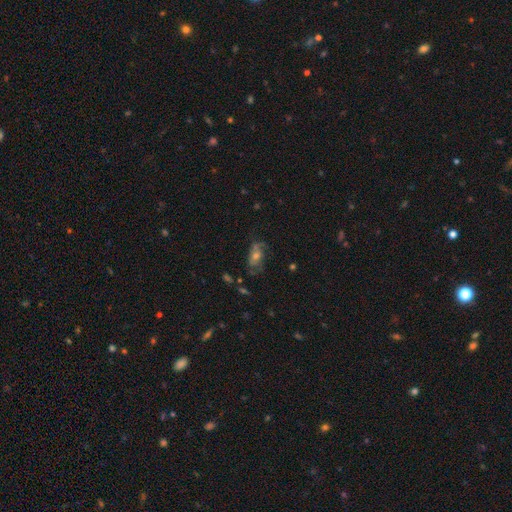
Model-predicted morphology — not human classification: featured or disk 55%, smooth 28%, star or artifact 17%. Down the decision tree: edge-on disk — no (90%); bar — no (73%); spiral arms — yes (69%); bulge size — moderate (61%); merging — none (63%).